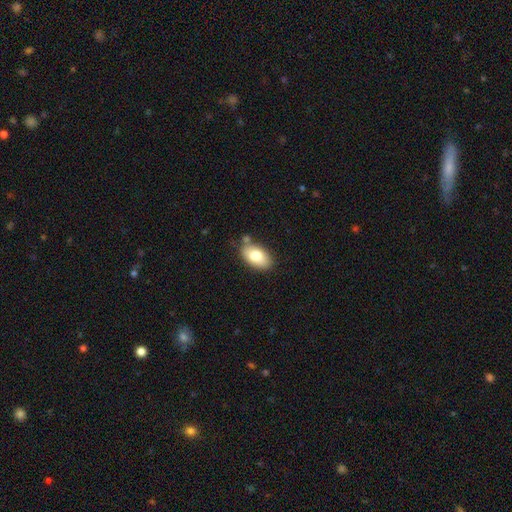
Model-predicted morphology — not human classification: This appears to be a smooth galaxy with no disk features (79%) that is in between round and cigar-shaped (93%). Merging: none (75%).